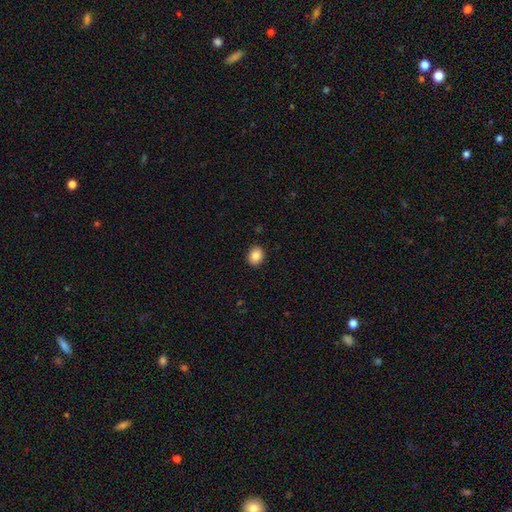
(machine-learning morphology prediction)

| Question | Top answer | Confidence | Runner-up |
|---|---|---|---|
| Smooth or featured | smooth | 85% | star or artifact (9%) |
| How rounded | round | 60% | in between (39%) |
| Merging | none | 91% | minor disturbance (6%) |